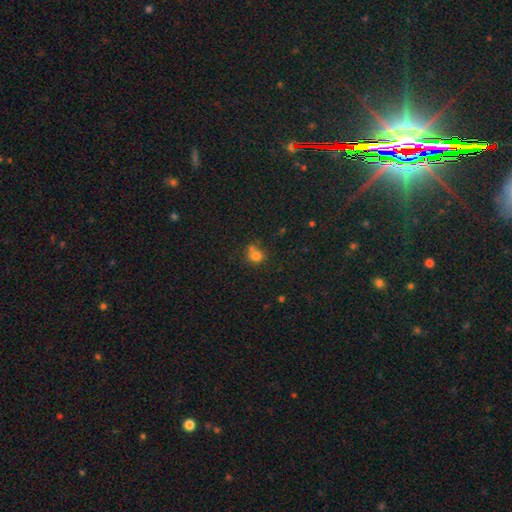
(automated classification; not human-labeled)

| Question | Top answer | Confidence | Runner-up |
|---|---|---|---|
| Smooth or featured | smooth | 76% | star or artifact (14%) |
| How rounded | round | 77% | in between (22%) |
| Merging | none | 45% | merger (38%) |